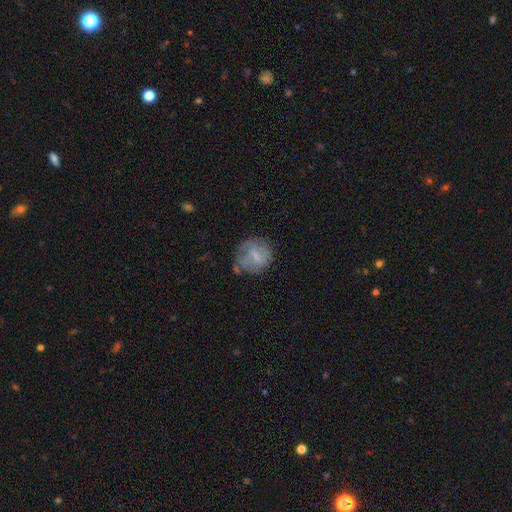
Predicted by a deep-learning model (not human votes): Overall: smooth (59%; featured or disk 33%). How rounded: round (80%). Merging: none (54%; minor disturbance 27%).